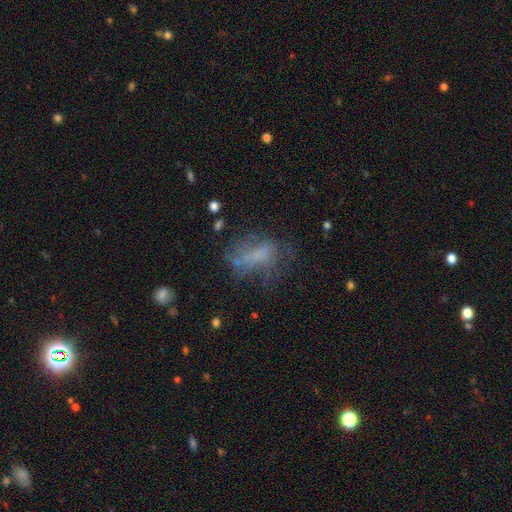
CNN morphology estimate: This is possibly a smooth galaxy (47%). Merging: marginally none (42%).